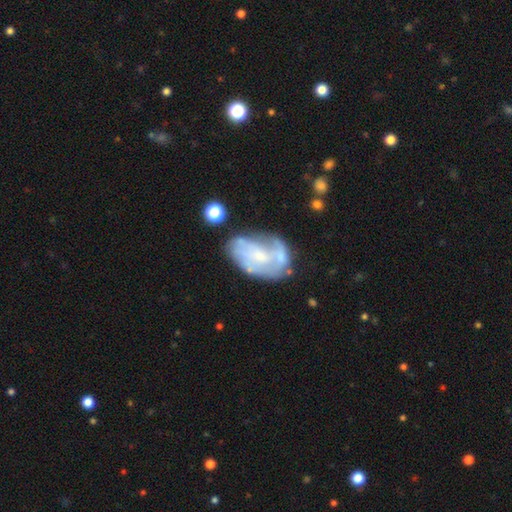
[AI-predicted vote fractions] Q: Smooth or featured?
A: featured or disk (64%); runner-up: smooth (27%)
Q: Edge-on disk?
A: no (97%); runner-up: yes (3%)
Q: Bar?
A: no (66%); runner-up: weak (27%)
Q: Spiral arms?
A: yes (56%); runner-up: no (44%)
Q: Bulge size?
A: small (47%); runner-up: moderate (27%)
Q: Merging?
A: none (43%); runner-up: minor disturbance (26%)